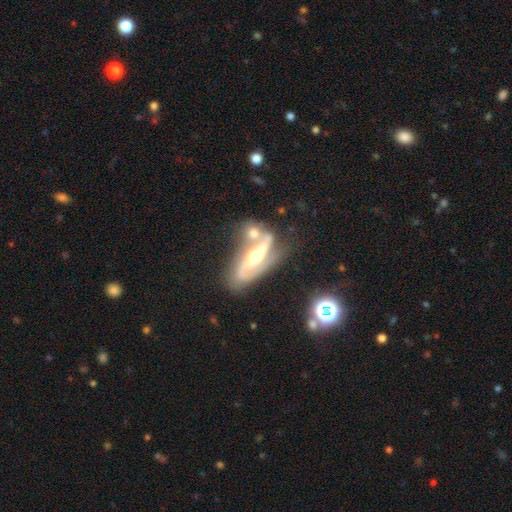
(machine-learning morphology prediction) featured or disk 82%, smooth 11%, star or artifact 6%. Down the decision tree: edge-on disk — no (81%); bar — strong (43%); spiral arms — yes (88%); spiral arm count — 2 (82%); spiral winding — medium (39%, tied with loose); bulge size — moderate (69%); merging — none (44%).